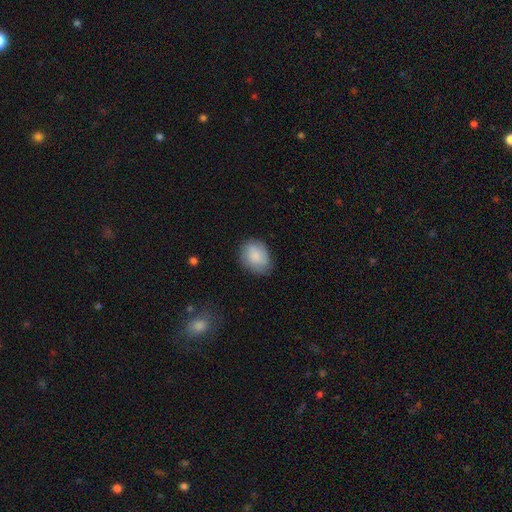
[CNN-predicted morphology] A smooth galaxy with no disk features (84%) that is in between round and cigar-shaped (66%).

Vote fractions:
- Smooth or featured? smooth: 84% / featured or disk: 10% / star or artifact: 6%
- How rounded? in between: 66% / round: 33% / cigar-shaped: 1%
- Merging? none: 75% / minor disturbance: 19% / major disturbance: 4% / merger: 1%